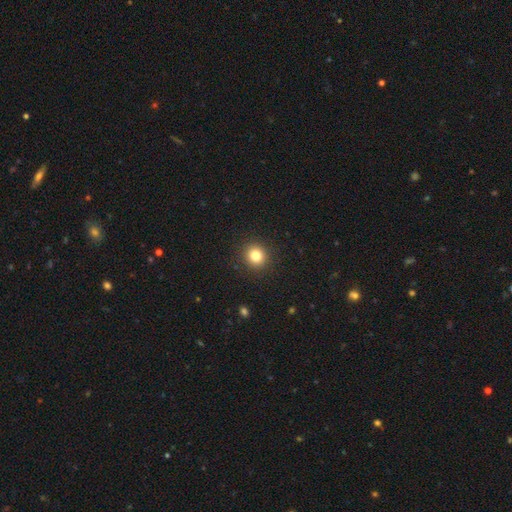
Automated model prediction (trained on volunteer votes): Smooth or featured? smooth (82%)
How rounded? round (91%)
Merging? none (92%)